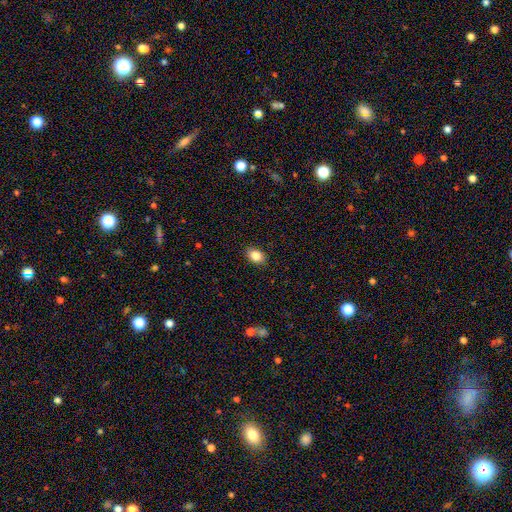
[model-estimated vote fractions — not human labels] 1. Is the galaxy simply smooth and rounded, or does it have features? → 85% smooth, 9% star or artifact, 6% featured or disk.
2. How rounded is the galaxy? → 79% in between, 20% round, 1% cigar-shaped.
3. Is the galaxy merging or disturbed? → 89% none, 8% minor disturbance, 2% major disturbance, 1% merger.